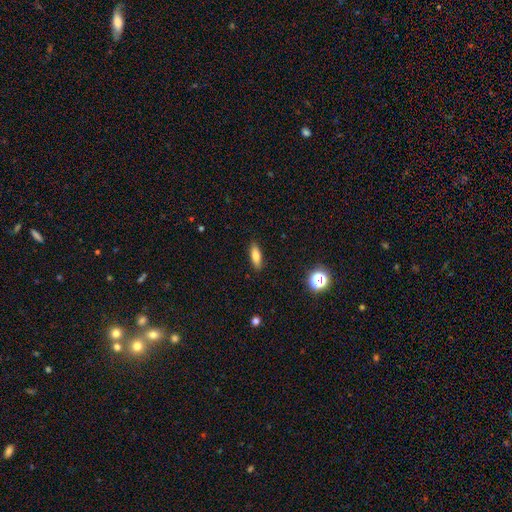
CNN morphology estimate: Overall: smooth (78%). How rounded: in between (64%; cigar-shaped 33%). Merging: none (89%).